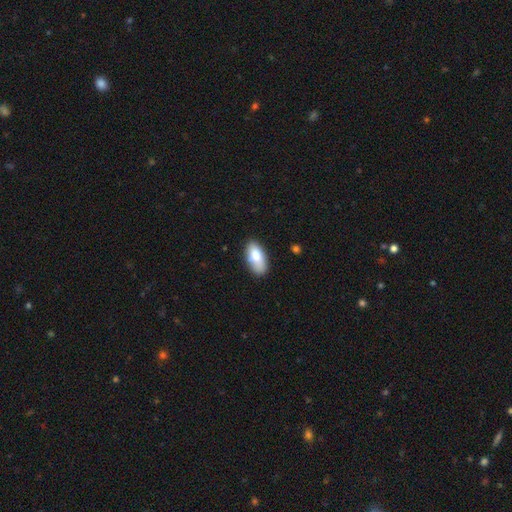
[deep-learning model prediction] Smooth or featured? Predicted: smooth (p=0.80). How rounded? Predicted: in between (p=0.93). Merging? Predicted: none (p=0.77).